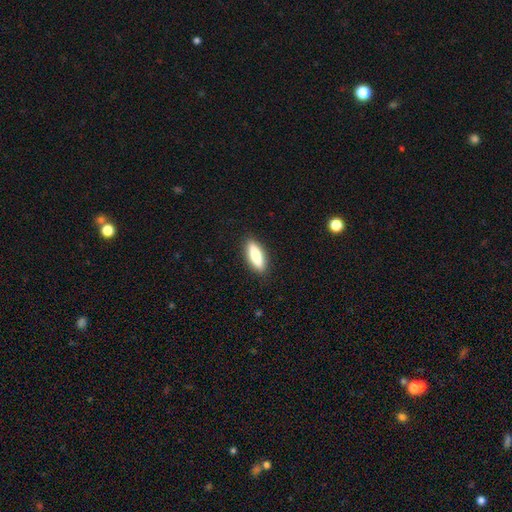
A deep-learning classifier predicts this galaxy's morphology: The model was most divided on "how rounded": in between: 55%, cigar-shaped: 43%, round: 2%. More confident: merging — none (89%); smooth or featured — smooth (76%).